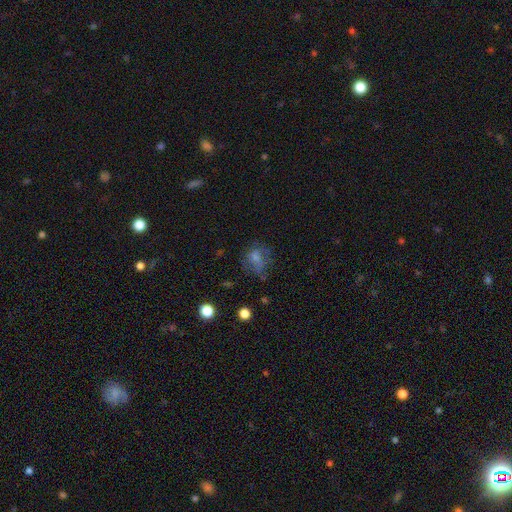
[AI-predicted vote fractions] Smooth or featured?
  - smooth: 47% *
  - featured or disk: 29%
  - star or artifact: 24%
Merging?
  - none: 54% *
  - minor disturbance: 22%
  - major disturbance: 21%
  - merger: 3%